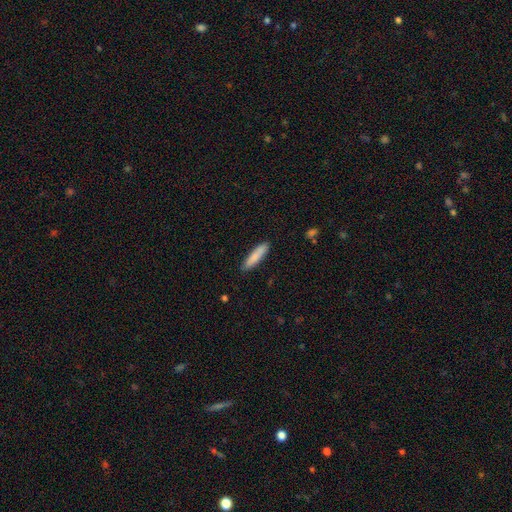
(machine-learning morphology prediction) smooth-or-featured: smooth: 84% | featured or disk: 10% | star or artifact: 6%
  how-rounded: cigar-shaped: 83% | in between: 16% | round: 1%
  merging: none: 89% | minor disturbance: 8% | major disturbance: 2% | merger: 1%